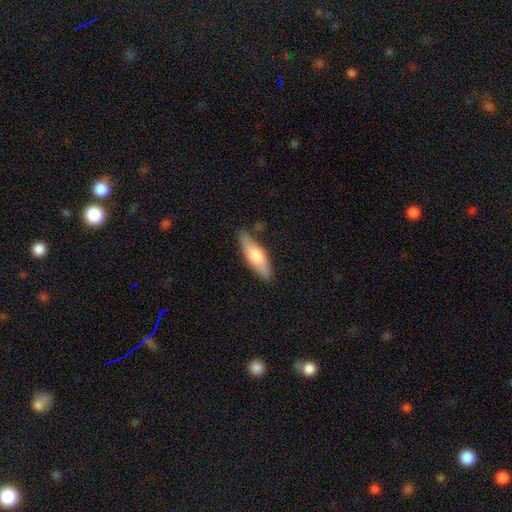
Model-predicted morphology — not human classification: The model was most divided on "how rounded": in between: 50%, cigar-shaped: 48%, round: 2%. More confident: merging — none (77%); smooth or featured — smooth (70%).